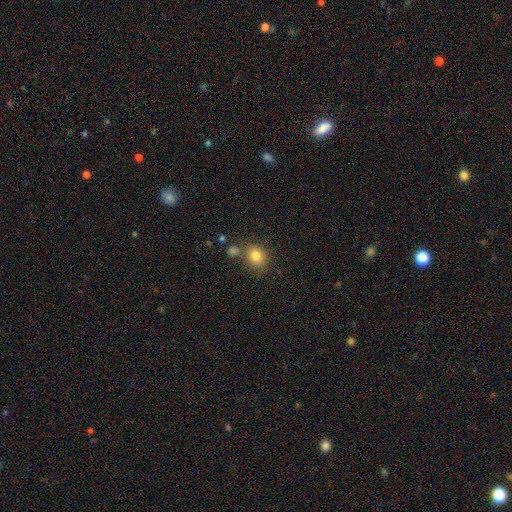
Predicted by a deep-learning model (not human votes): This is clearly a smooth galaxy (81%). How rounded: possibly round (55%). Merging: likely none (67%).